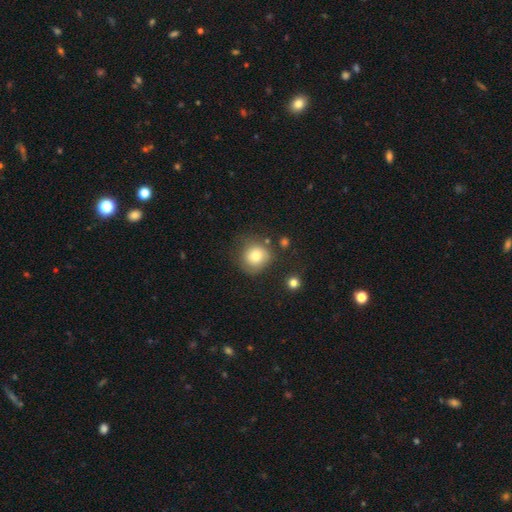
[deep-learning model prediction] The model was most divided on "merging": none: 69%, minor disturbance: 19%, major disturbance: 7%, merger: 5%. More confident: how rounded — round (87%); smooth or featured — smooth (79%).